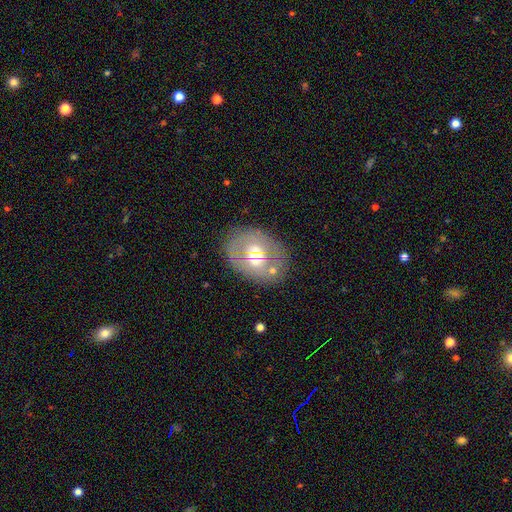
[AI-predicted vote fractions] Smooth or featured? Predicted: smooth (p=0.45). Merging? Predicted: none (p=0.77).